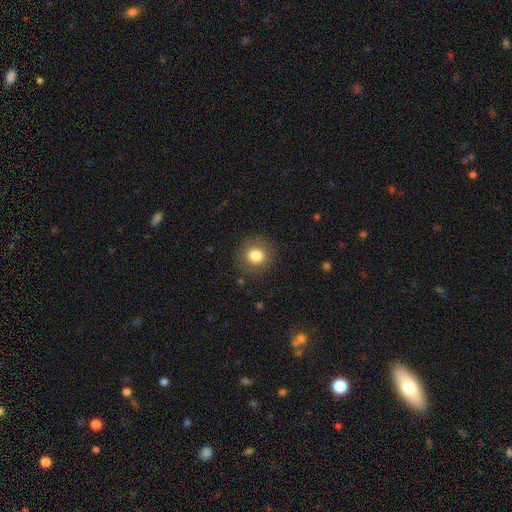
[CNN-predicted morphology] Smooth or featured?
  - smooth: 81% *
  - star or artifact: 10%
  - featured or disk: 9%
How rounded?
  - round: 86% *
  - in between: 13%
  - cigar-shaped: 1%
Merging?
  - none: 87% *
  - minor disturbance: 9%
  - major disturbance: 3%
  - merger: 1%